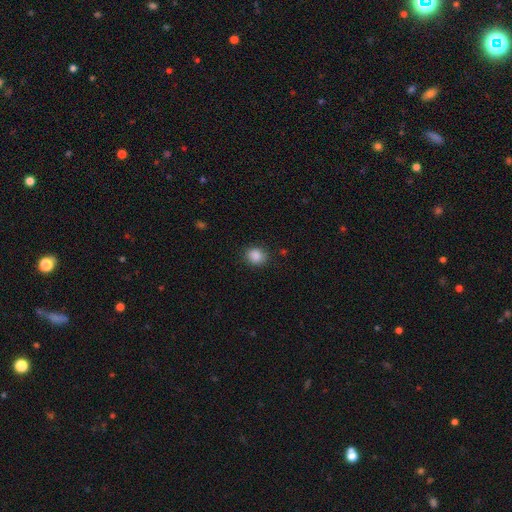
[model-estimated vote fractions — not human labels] Morphology: type=smooth (87%); roundness=round (74%); merging=none (87%).